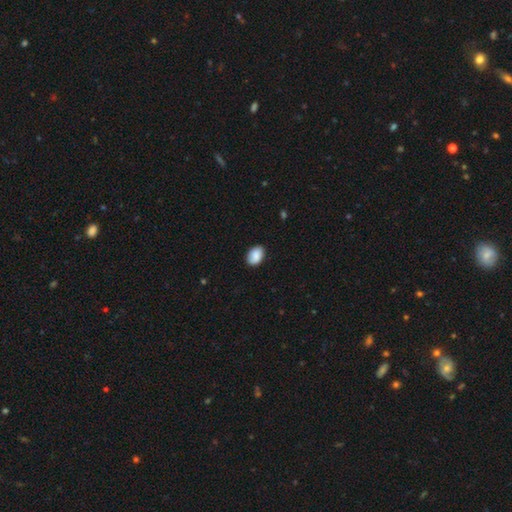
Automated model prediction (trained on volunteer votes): This appears to be a smooth galaxy with no disk features (88%) that is in between round and cigar-shaped (85%). Merging: none (85%).